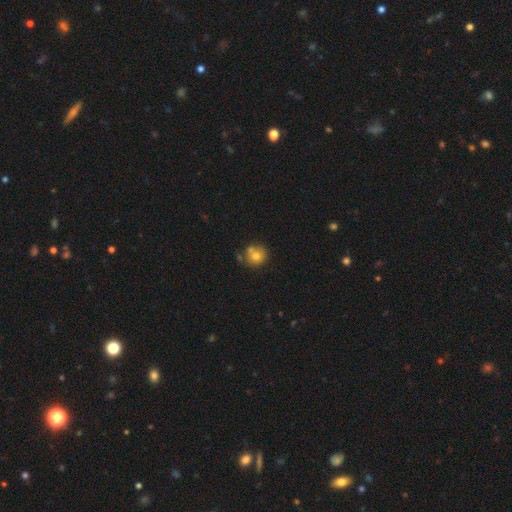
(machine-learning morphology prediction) Smooth or featured? smooth (75%)
How rounded? round (88%)
Merging? none (60%)